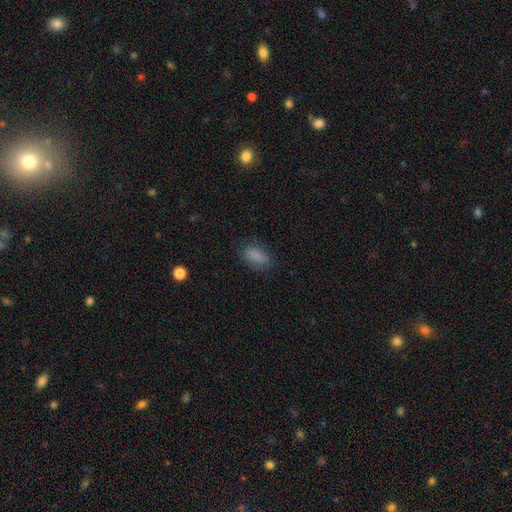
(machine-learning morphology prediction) Q: Smooth or featured?
A: smooth (86%); runner-up: star or artifact (9%)
Q: How rounded?
A: in between (87%); runner-up: cigar-shaped (7%)
Q: Merging?
A: none (81%); runner-up: minor disturbance (14%)